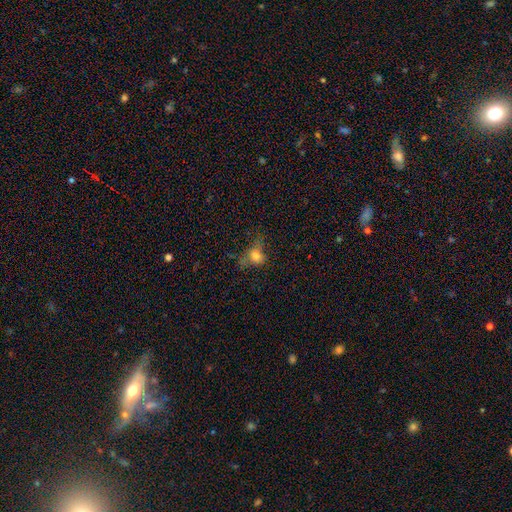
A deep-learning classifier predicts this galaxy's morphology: Overall: smooth (68%). How rounded: round (52%; in between 45%). Merging: none (43%; minor disturbance 28%).